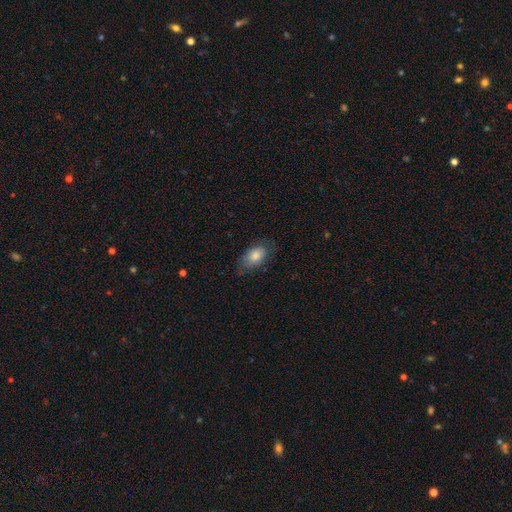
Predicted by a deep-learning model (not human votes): smooth-or-featured: smooth: 78% | featured or disk: 15% | star or artifact: 7%
  how-rounded: in between: 89% | round: 8% | cigar-shaped: 3%
  merging: none: 67% | minor disturbance: 24% | major disturbance: 8% | merger: 1%